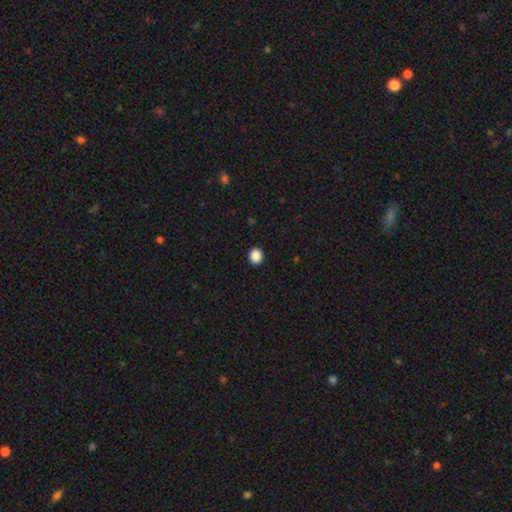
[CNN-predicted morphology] Smooth or featured?
  - smooth: 88% *
  - star or artifact: 9%
  - featured or disk: 2%
How rounded?
  - round: 79% *
  - in between: 20%
  - cigar-shaped: 1%
Merging?
  - none: 93% *
  - minor disturbance: 5%
  - major disturbance: 2%
  - merger: 1%